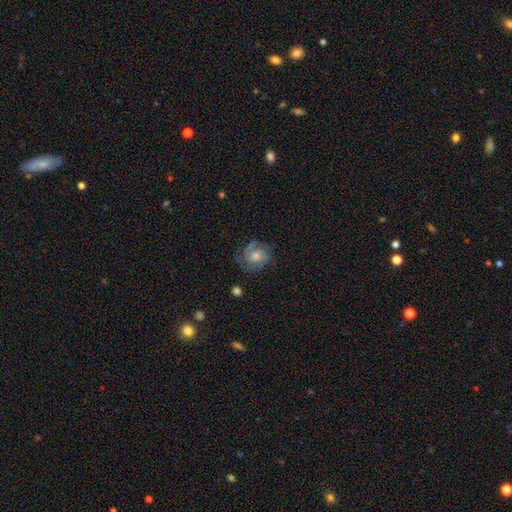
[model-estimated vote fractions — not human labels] Q: Smooth or featured?
A: featured or disk (75%); runner-up: smooth (16%)
Q: Edge-on disk?
A: no (98%); runner-up: yes (2%)
Q: Bar?
A: no (70%); runner-up: weak (25%)
Q: Spiral arms?
A: yes (95%); runner-up: no (5%)
Q: Spiral winding?
A: tight (58%); runner-up: medium (35%)
Q: Spiral arm count?
A: 2 (36%); runner-up: 3 (30%)
Q: Bulge size?
A: moderate (61%); runner-up: small (24%)
Q: Merging?
A: none (76%); runner-up: minor disturbance (16%)